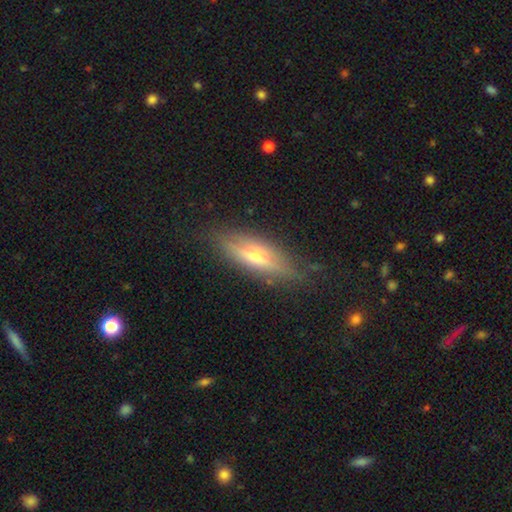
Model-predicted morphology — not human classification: This appears to be a featured or disk galaxy (58%) viewed edge-on (88%) with a rounded central bulge (86%). Merging: none (80%).